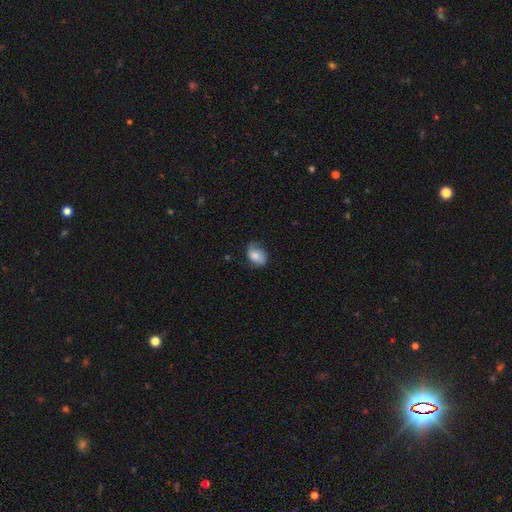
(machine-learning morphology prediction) Smooth or featured? smooth (73%)
How rounded? in between (72%)
Merging? none (62%)